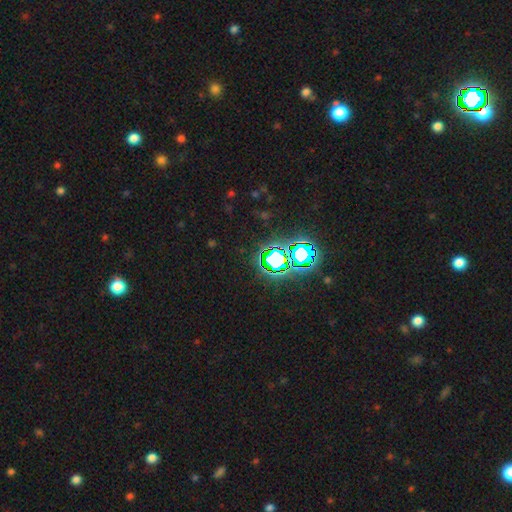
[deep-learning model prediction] This is likely a star or artifact rather than a galaxy (79%).